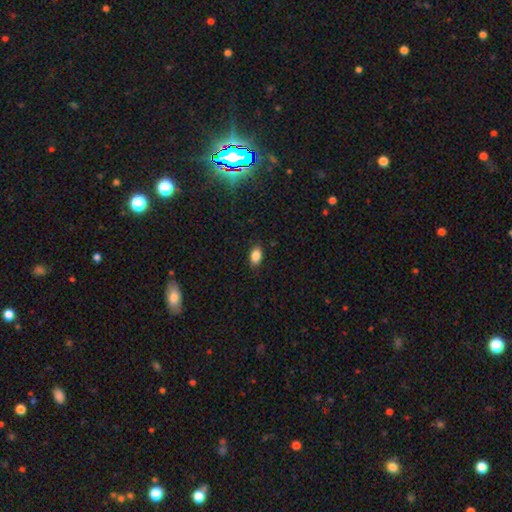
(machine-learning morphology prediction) smooth 86%, star or artifact 9%, featured or disk 5%. Down the decision tree: how rounded — in between (89%); merging — none (87%).